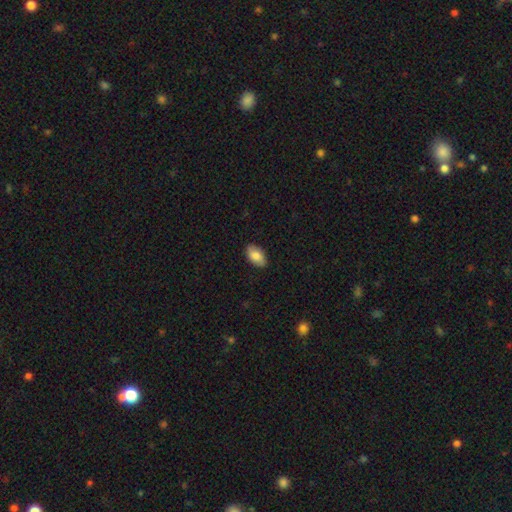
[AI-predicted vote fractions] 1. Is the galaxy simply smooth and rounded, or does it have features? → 82% smooth, 11% featured or disk, 6% star or artifact.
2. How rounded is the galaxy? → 94% in between, 5% round, 1% cigar-shaped.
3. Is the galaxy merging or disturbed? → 88% none, 9% minor disturbance, 2% major disturbance, 1% merger.